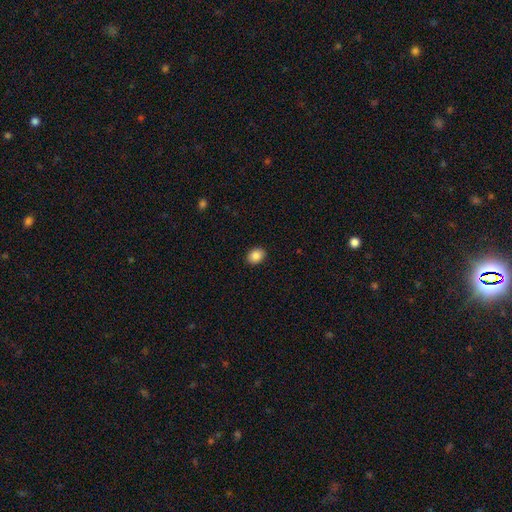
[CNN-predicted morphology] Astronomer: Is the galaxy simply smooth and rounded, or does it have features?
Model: smooth — 87%.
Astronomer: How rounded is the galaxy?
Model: in between — 61% (runner-up: round, 38%).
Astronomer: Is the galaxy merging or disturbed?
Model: none — 90%.